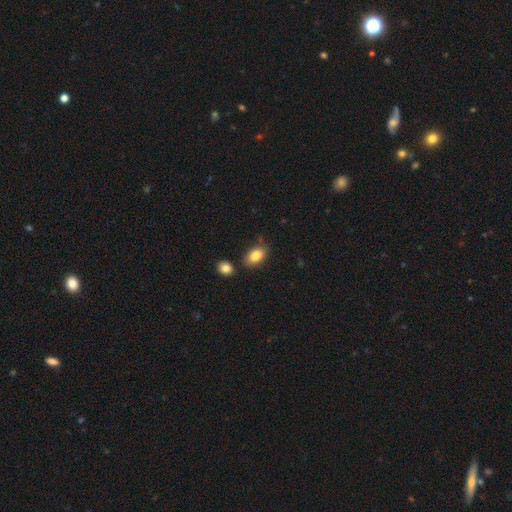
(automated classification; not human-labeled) Morphology: type=smooth (86%); roundness=in between (90%); merging=none (76%).